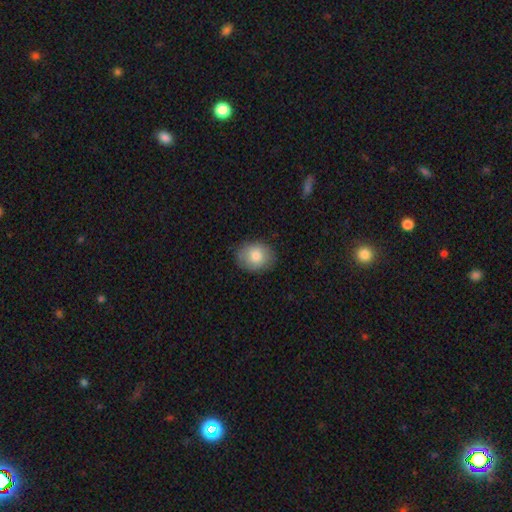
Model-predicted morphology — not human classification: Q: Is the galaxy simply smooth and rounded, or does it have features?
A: smooth — 83%.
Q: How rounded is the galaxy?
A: round — 51%.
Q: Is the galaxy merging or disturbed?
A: none — 85%.